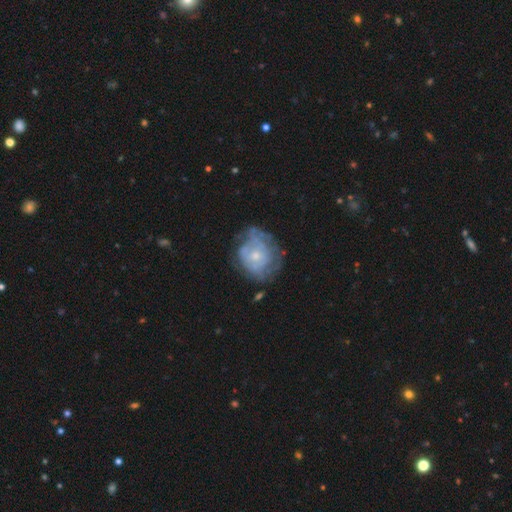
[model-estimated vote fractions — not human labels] This is likely a featured or disk galaxy (63%). It is clearly not viewed edge-on (97%). Bar: clearly no (82%). Spiral arm pattern: possibly yes (53%). Central bulge: possibly small (60%). Merging: possibly none (54%).